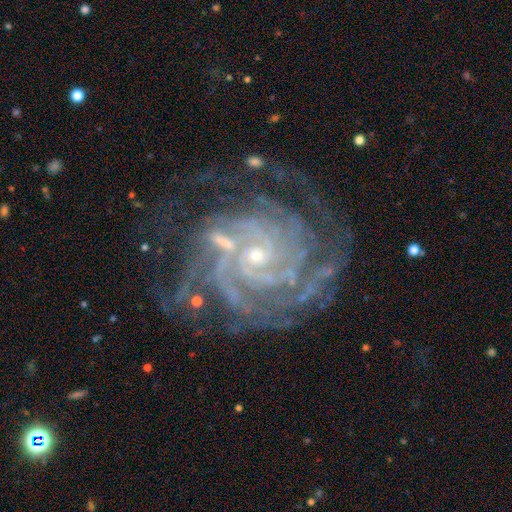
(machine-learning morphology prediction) Smooth or featured? featured or disk (90%)
Edge-on disk? no (98%)
Bar? no (66%)
Spiral arms? yes (98%)
Spiral winding? tight (77%)
Spiral arm count? 4 (29%)
Bulge size? small (79%)
Merging? none (63%)